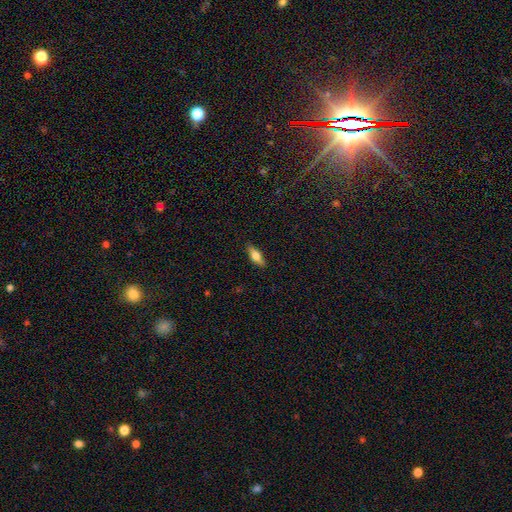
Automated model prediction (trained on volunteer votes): This is likely a smooth galaxy (60%). How rounded: possibly in between (59%). Merging: clearly none (87%).